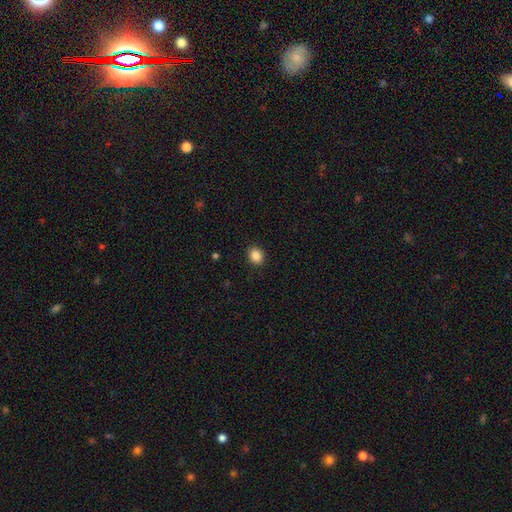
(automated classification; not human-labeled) This appears to be a smooth galaxy with no disk features (87%) that is round (62%). Merging: none (91%).